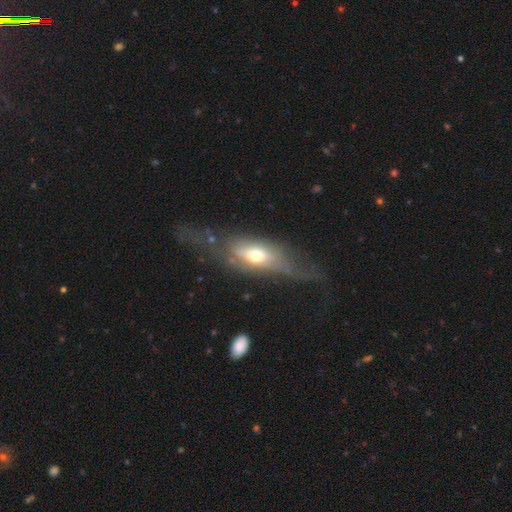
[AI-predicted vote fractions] Smooth or featured?
  - featured or disk: 48% *
  - smooth: 44%
  - star or artifact: 7%
Merging?
  - major disturbance: 37% *
  - none: 36%
  - minor disturbance: 24%
  - merger: 4%